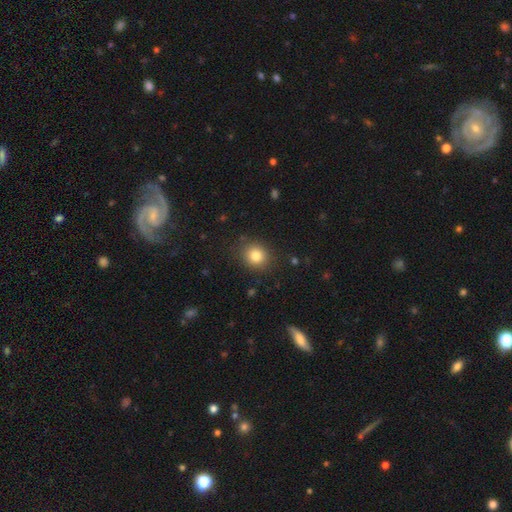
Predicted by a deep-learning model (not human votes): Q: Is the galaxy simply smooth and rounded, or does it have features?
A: smooth — 82%.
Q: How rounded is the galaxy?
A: round — 80%.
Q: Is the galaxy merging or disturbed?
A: none — 87%.